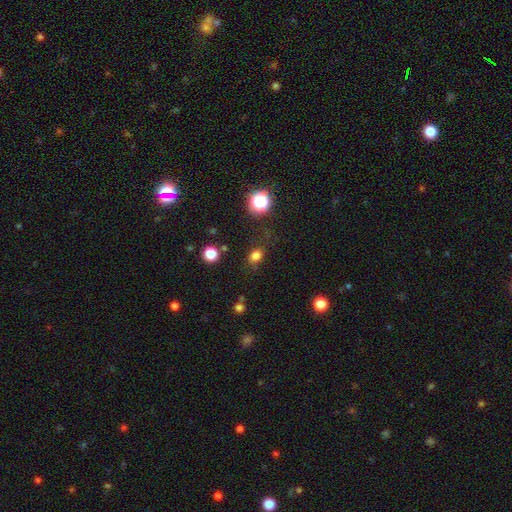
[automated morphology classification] Smooth or featured?
  - smooth: 78% *
  - star or artifact: 16%
  - featured or disk: 5%
How rounded?
  - in between: 56% *
  - round: 43%
  - cigar-shaped: 2%
Merging?
  - none: 76% *
  - minor disturbance: 16%
  - major disturbance: 6%
  - merger: 3%